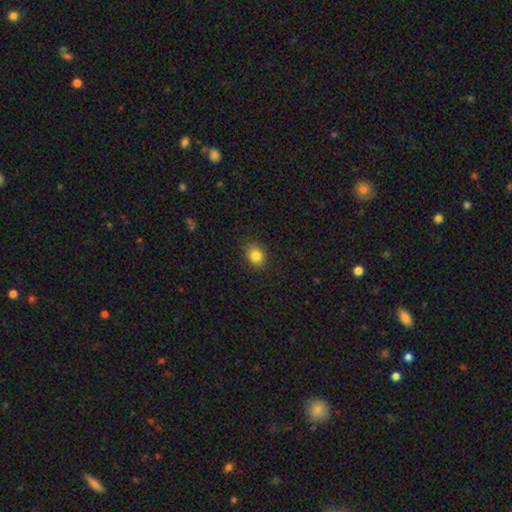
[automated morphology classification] Smooth or featured? Predicted: smooth (p=0.83). How rounded? Predicted: round (p=0.54). Merging? Predicted: none (p=0.88).